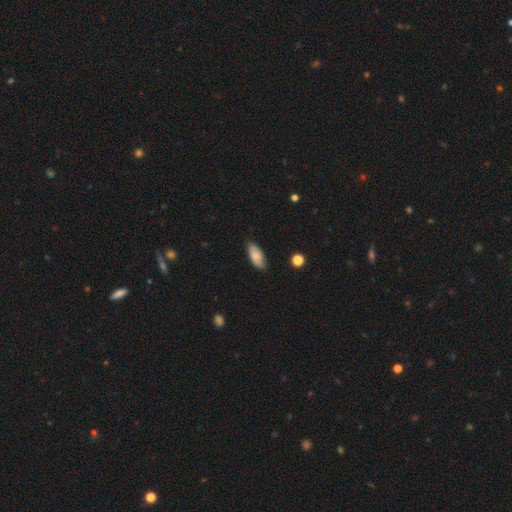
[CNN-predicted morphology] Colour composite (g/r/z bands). It shows a smooth galaxy with no disk features (83%) that is in between round and cigar-shaped (83%). Merging: none (81%).